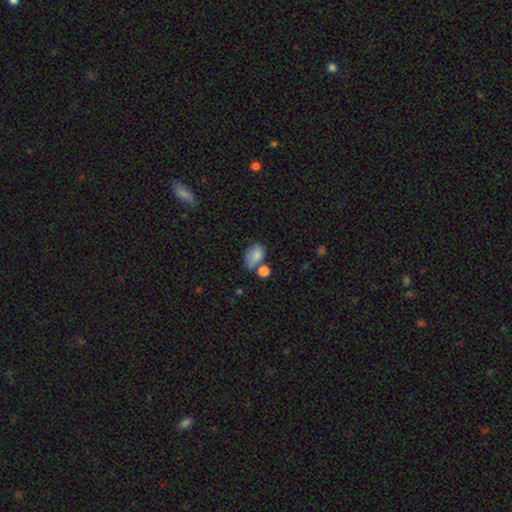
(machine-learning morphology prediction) smooth 80%, featured or disk 10%, star or artifact 9%. Down the decision tree: how rounded — in between (82%); merging — none (39%).